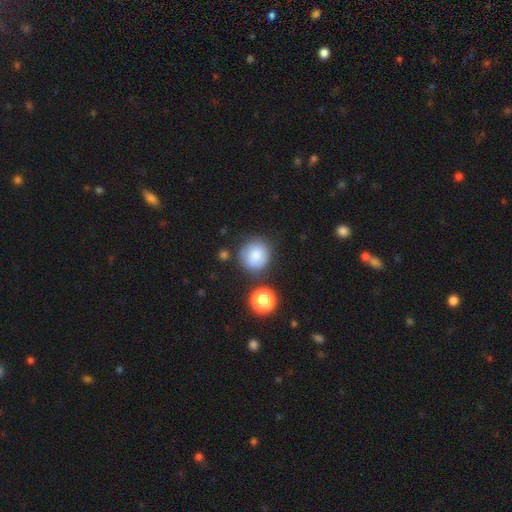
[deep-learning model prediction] smooth-or-featured: smooth: 77% | featured or disk: 13% | star or artifact: 10%
  how-rounded: round: 91% | in between: 8% | cigar-shaped: 1%
  merging: none: 73% | minor disturbance: 15% | merger: 7% | major disturbance: 5%